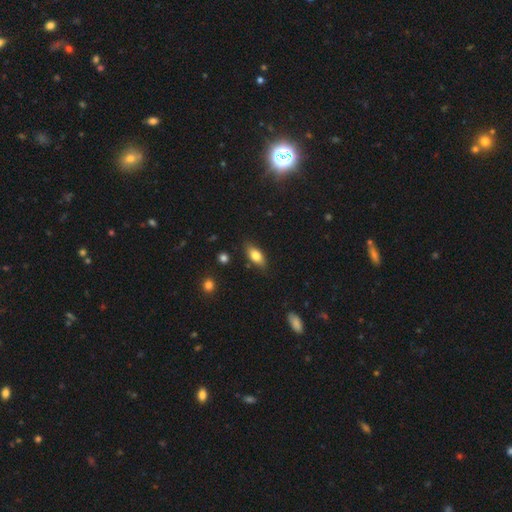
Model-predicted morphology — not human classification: smooth-or-featured: smooth: 77% | featured or disk: 15% | star or artifact: 7%
  how-rounded: in between: 84% | cigar-shaped: 12% | round: 4%
  merging: none: 81% | minor disturbance: 14% | major disturbance: 3% | merger: 2%